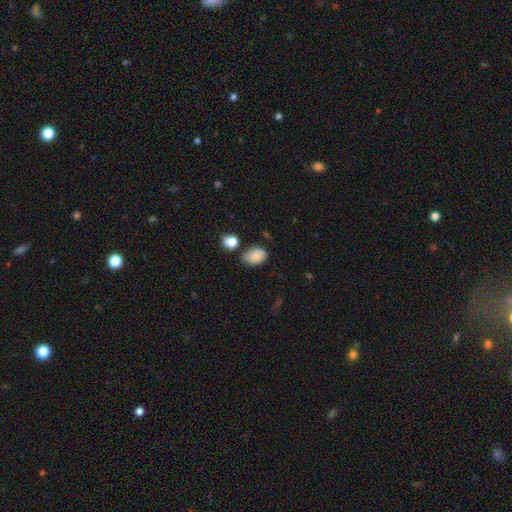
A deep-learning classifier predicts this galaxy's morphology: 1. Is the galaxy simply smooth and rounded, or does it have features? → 81% smooth, 9% featured or disk, 9% star or artifact.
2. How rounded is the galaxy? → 77% in between, 22% round, 1% cigar-shaped.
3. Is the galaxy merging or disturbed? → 66% none, 23% minor disturbance, 6% merger, 5% major disturbance.